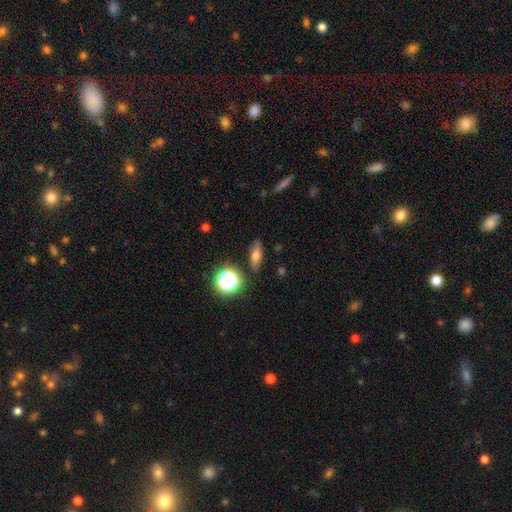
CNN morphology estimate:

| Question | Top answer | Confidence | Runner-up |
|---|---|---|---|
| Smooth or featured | smooth | 67% | featured or disk (17%) |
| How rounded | in between | 65% | cigar-shaped (20%) |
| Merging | none | 80% | minor disturbance (14%) |